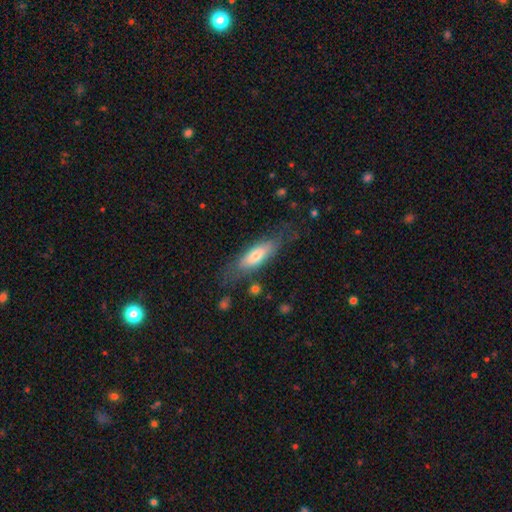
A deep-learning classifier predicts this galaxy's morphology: A smooth galaxy with no disk features (59%) that is cigar-shaped (49%, tied with in between). Merging: none (68%).